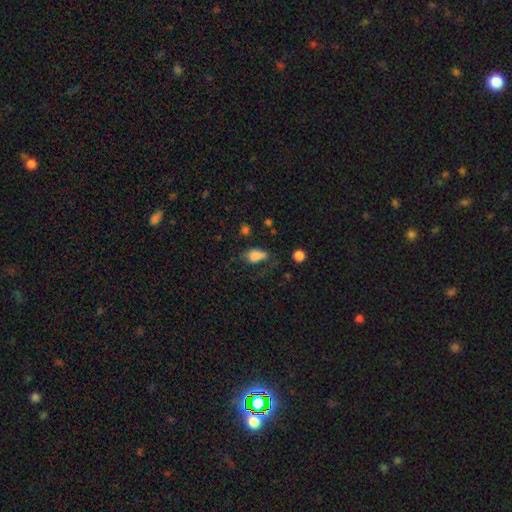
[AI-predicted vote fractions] Smooth or featured? smooth (77%)
How rounded? in between (84%)
Merging? none (35%)